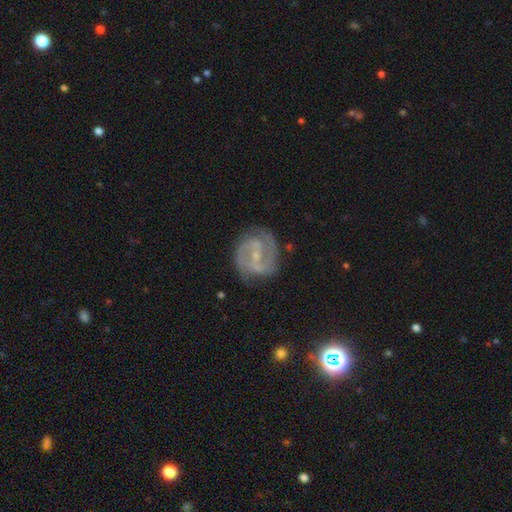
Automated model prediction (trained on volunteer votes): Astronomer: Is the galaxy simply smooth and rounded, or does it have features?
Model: featured or disk — 87%.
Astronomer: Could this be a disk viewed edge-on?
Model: no — 98%.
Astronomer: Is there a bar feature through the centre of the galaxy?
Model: weak — 48% (runner-up: no, 28%).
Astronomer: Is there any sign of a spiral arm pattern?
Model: yes — 96%.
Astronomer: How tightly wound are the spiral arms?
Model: medium — 53% (runner-up: tight, 35%).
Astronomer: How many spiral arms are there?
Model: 2 — 85%.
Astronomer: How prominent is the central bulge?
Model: small — 72%.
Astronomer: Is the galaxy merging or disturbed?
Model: none — 78%.